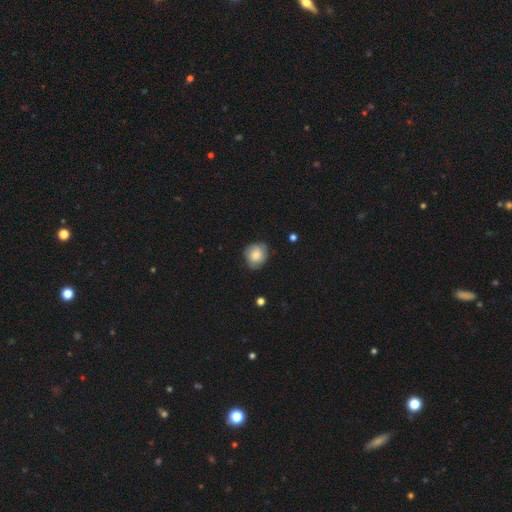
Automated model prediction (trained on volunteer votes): Smooth or featured? Predicted: smooth (p=0.75). How rounded? Predicted: round (p=0.74). Merging? Predicted: none (p=0.72).